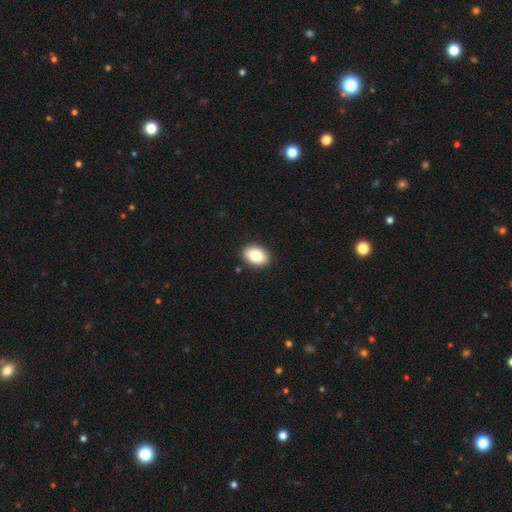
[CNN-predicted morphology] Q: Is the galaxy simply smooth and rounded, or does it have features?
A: smooth — 81%.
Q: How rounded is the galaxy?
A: in between — 82%.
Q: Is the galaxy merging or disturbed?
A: none — 91%.